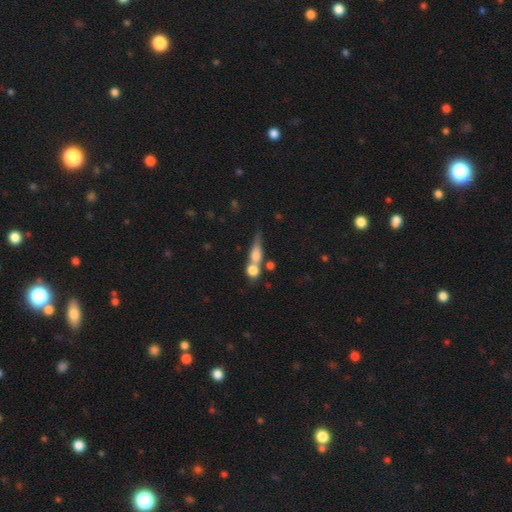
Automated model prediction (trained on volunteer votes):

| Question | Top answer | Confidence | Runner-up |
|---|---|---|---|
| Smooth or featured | smooth | 60% | featured or disk (29%) |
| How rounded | cigar-shaped | 39% | in between (36%) |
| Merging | merger | 49% | none (30%) |